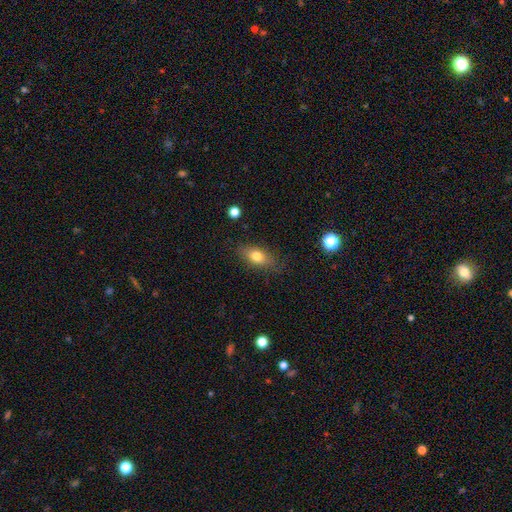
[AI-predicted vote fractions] smooth-or-featured: smooth: 73% | featured or disk: 18% | star or artifact: 9%
  how-rounded: in between: 77% | cigar-shaped: 14% | round: 9%
  merging: none: 78% | minor disturbance: 16% | major disturbance: 4% | merger: 1%